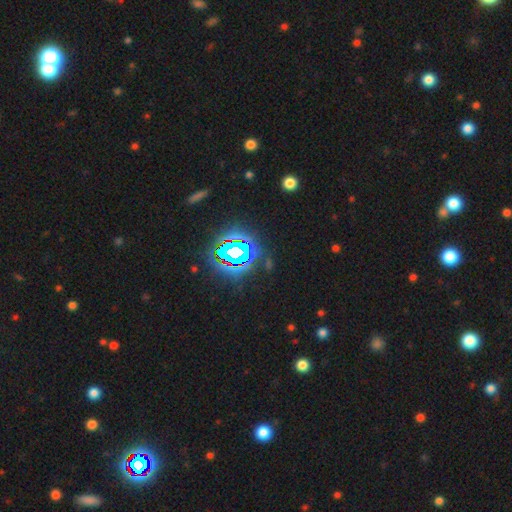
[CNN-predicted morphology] A star or artifact, not a galaxy (84%).

Vote fractions:
- Smooth or featured? star or artifact: 84% / smooth: 10% / featured or disk: 6%